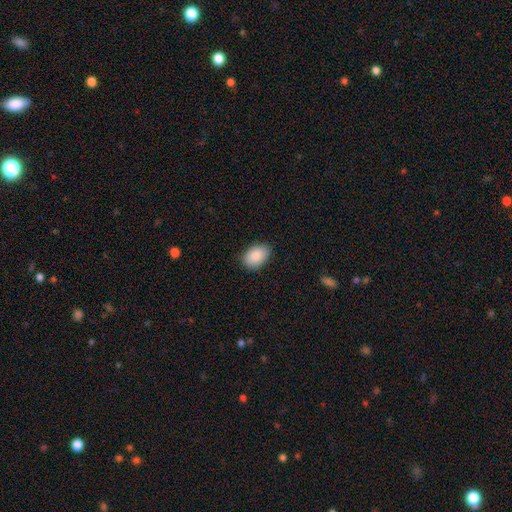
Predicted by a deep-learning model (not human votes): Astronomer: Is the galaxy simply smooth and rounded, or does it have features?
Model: smooth — 89%.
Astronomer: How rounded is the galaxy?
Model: in between — 85%.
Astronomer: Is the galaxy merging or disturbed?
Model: none — 85%.